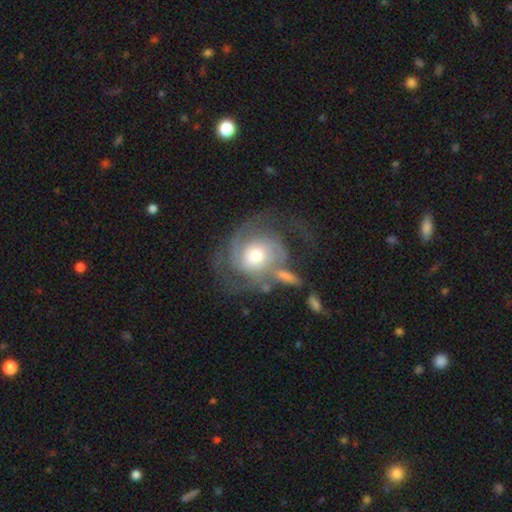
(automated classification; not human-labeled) This appears to be a featured or disk galaxy (79%) with no bar (72%), 2 (47%) tight (45%) spiral arms (91%) and a moderate central bulge (63%). Merging: none (45%).